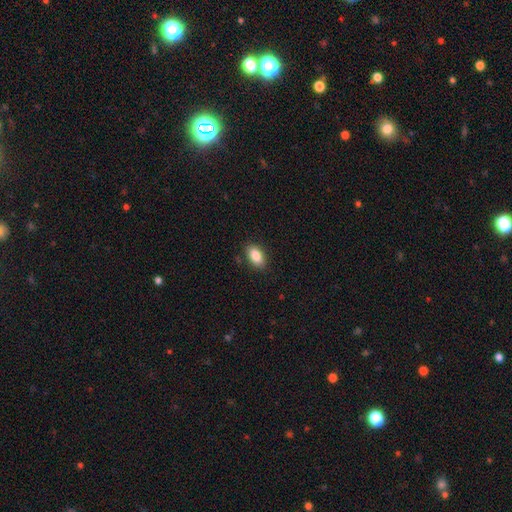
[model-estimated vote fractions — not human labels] A smooth galaxy with no disk features (87%) that is in between round and cigar-shaped (92%).

Vote fractions:
- Smooth or featured? smooth: 87% / star or artifact: 7% / featured or disk: 6%
- How rounded? in between: 92% / round: 5% / cigar-shaped: 3%
- Merging? none: 87% / minor disturbance: 10% / major disturbance: 2% / merger: 1%